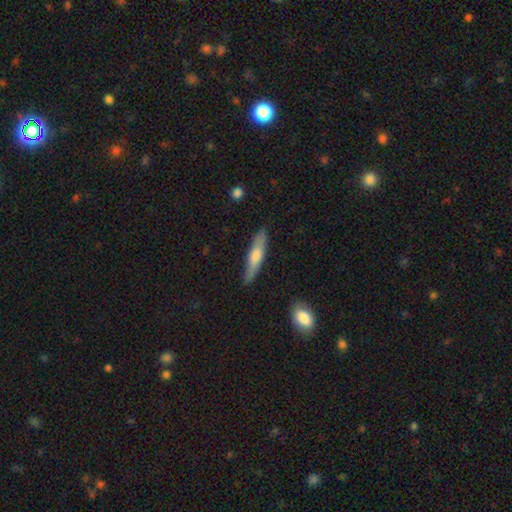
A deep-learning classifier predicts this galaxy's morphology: A smooth galaxy with no disk features (53%) that is cigar-shaped (86%). Merging: none (86%).